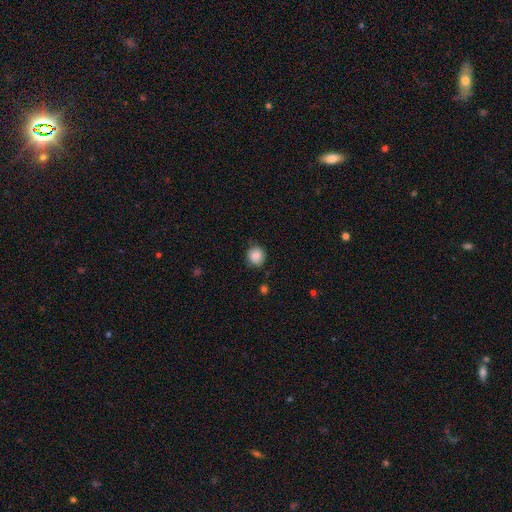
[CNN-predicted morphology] Smooth or featured: smooth — 86% (star or artifact — 9%)
How rounded: round — 87% (in between — 12%)
Merging: none — 80% (minor disturbance — 15%)